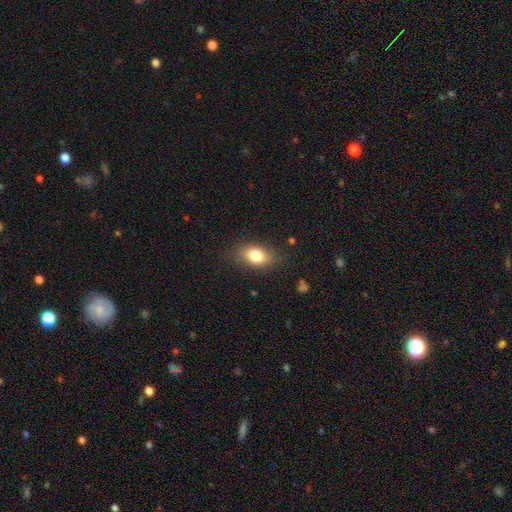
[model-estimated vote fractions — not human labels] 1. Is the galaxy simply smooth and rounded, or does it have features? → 81% smooth, 10% featured or disk, 9% star or artifact.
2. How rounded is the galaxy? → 83% in between, 15% round, 3% cigar-shaped.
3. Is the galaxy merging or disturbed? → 81% none, 14% minor disturbance, 4% major disturbance, 1% merger.